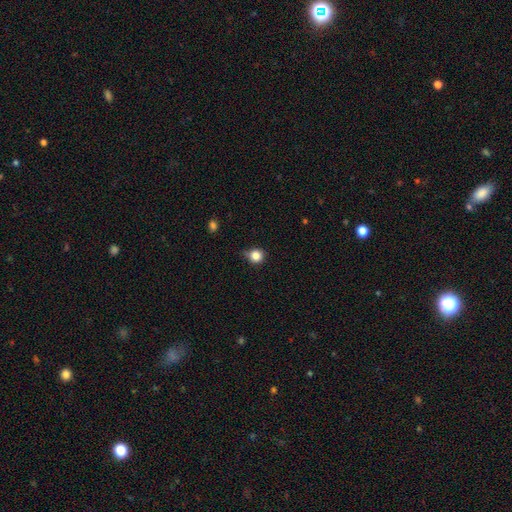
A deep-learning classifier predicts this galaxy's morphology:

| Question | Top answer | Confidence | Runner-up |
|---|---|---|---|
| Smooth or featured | smooth | 83% | star or artifact (12%) |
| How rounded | round | 88% | in between (11%) |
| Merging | none | 68% | minor disturbance (25%) |